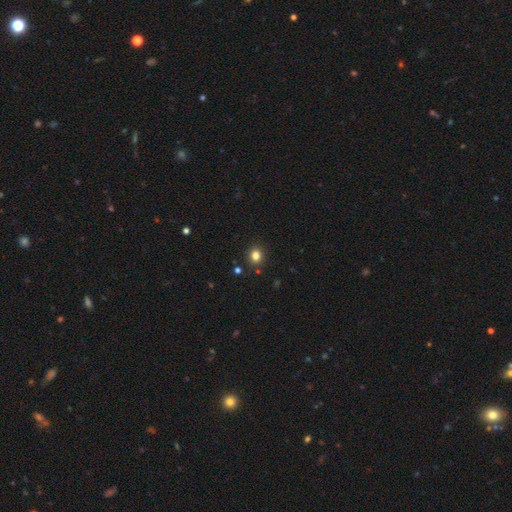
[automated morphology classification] Smooth or featured: smooth — 81% (star or artifact — 14%)
How rounded: round — 81% (in between — 18%)
Merging: none — 90% (minor disturbance — 6%)